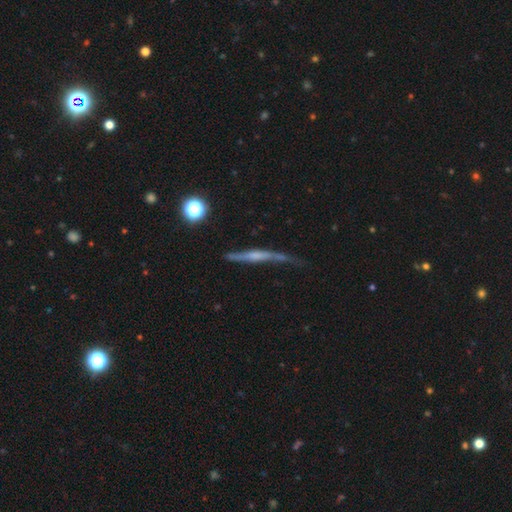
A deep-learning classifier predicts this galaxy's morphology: This appears to be a featured or disk galaxy (67%) viewed edge-on (88%) with a rounded central bulge (48%). Merging: none (55%).